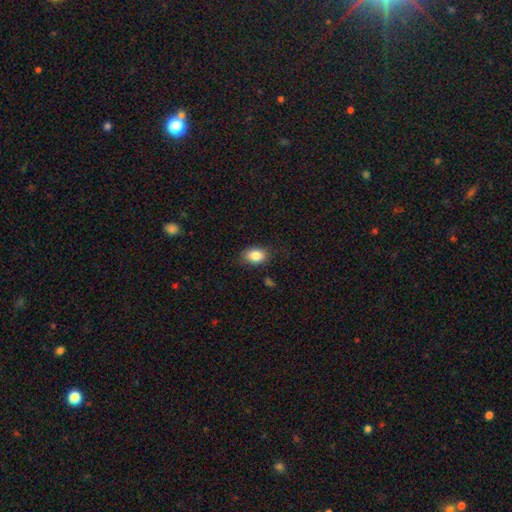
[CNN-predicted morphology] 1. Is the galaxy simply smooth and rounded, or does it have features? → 84% smooth, 9% star or artifact, 7% featured or disk.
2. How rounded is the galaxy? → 76% in between, 23% round, 1% cigar-shaped.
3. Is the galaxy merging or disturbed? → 80% none, 15% minor disturbance, 3% major disturbance, 1% merger.